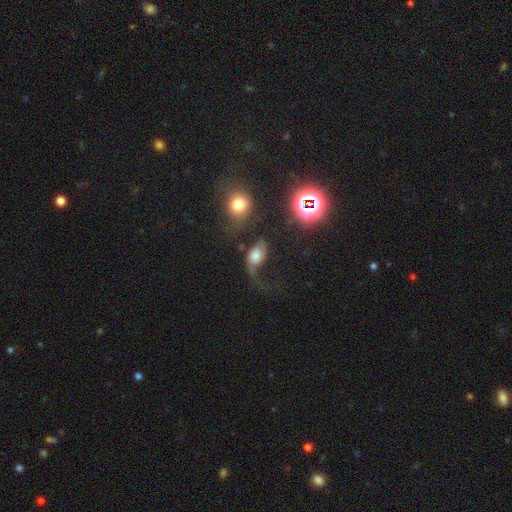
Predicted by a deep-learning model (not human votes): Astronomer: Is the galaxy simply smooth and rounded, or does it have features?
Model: featured or disk — 48% (runner-up: smooth, 41%).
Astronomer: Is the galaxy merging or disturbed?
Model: major disturbance — 43% (runner-up: none, 27%).